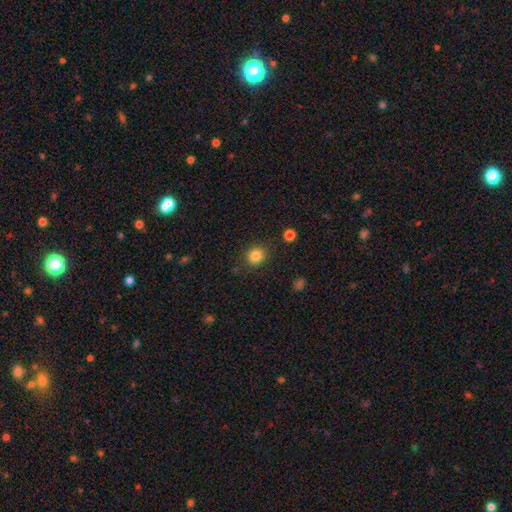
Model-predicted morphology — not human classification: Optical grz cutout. It shows a smooth galaxy with no disk features (84%) that is round (83%). Merging: none (87%).